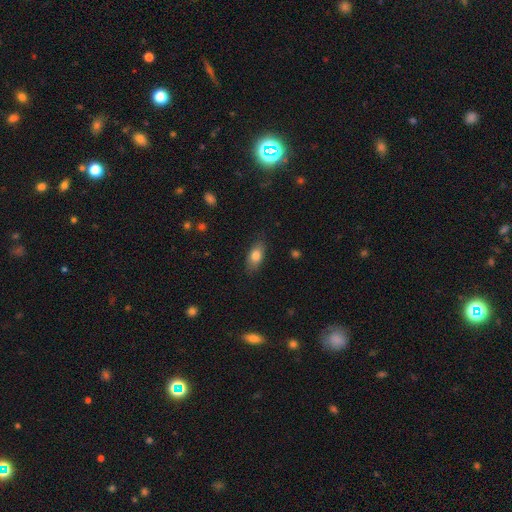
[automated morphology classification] Overall: smooth (79%). How rounded: in between (86%). Merging: none (83%).